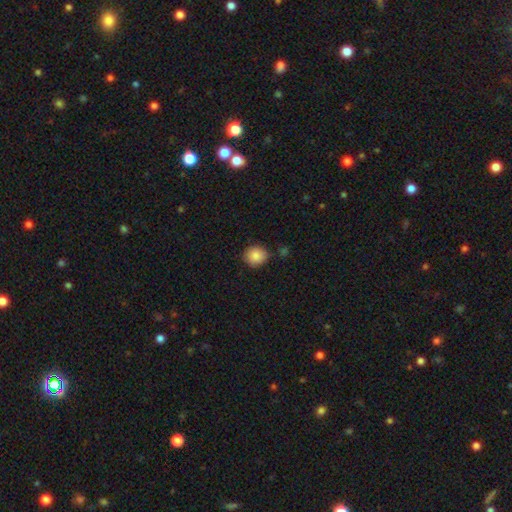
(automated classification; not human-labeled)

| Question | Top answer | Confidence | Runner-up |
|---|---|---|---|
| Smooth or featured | smooth | 88% | star or artifact (8%) |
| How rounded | round | 84% | in between (15%) |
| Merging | none | 80% | minor disturbance (13%) |